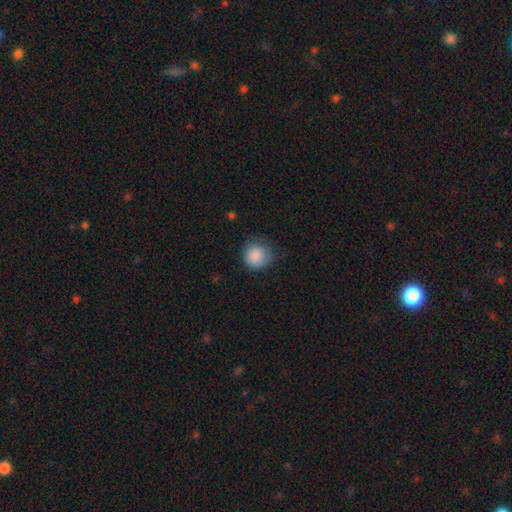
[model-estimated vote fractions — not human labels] smooth_or_featured: smooth (p=0.88) [alt: star or artifact p=0.08]
how_rounded: round (p=0.92) [alt: in between p=0.07]
merging: none (p=0.71) [alt: minor disturbance p=0.21]